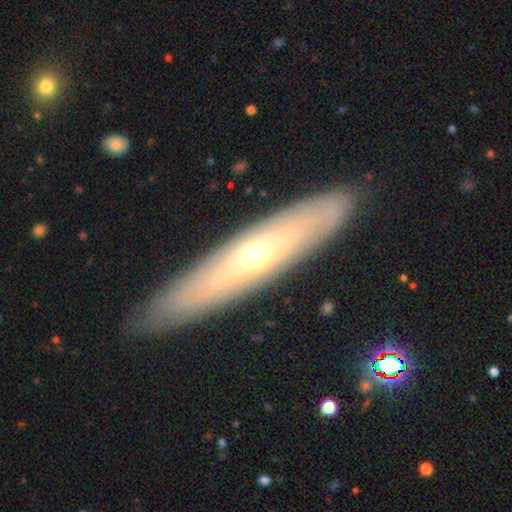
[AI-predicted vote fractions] A featured or disk galaxy (67%) viewed edge-on (60%).

Vote fractions:
- Smooth or featured? featured or disk: 67% / smooth: 26% / star or artifact: 8%
- Edge-on disk? yes: 60% / no: 40%
- Merging? none: 88% / minor disturbance: 9% / major disturbance: 2% / merger: 1%